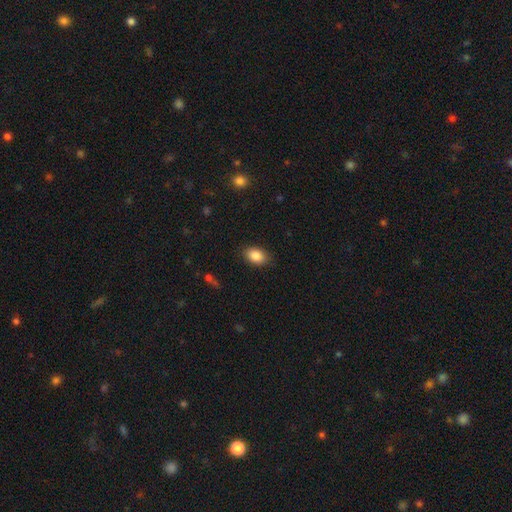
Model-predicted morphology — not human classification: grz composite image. It shows a smooth galaxy with no disk features (87%) that is in between round and cigar-shaped (84%). Merging: none (85%).